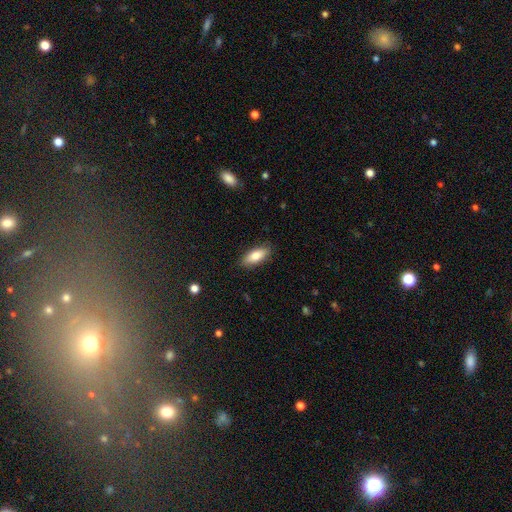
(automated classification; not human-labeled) smooth_or_featured: smooth (p=0.82) [alt: featured or disk p=0.12]
how_rounded: in between (p=0.77) [alt: cigar-shaped p=0.20]
merging: none (p=0.87) [alt: minor disturbance p=0.10]